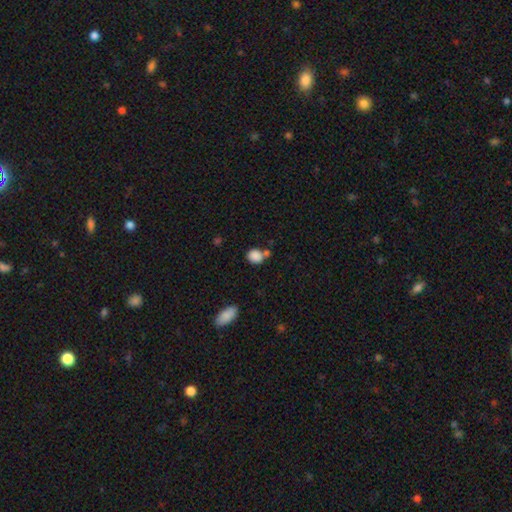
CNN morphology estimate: smooth 86%, star or artifact 9%, featured or disk 5%. Down the decision tree: how rounded — round (67%); merging — none (56%).